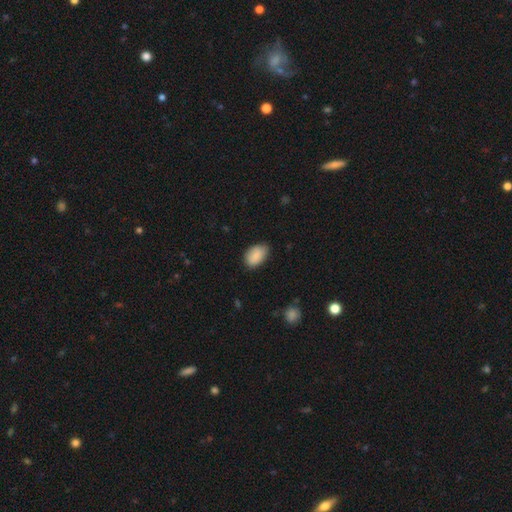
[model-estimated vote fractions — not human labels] Overall: smooth (86%). How rounded: in between (88%). Merging: none (71%).